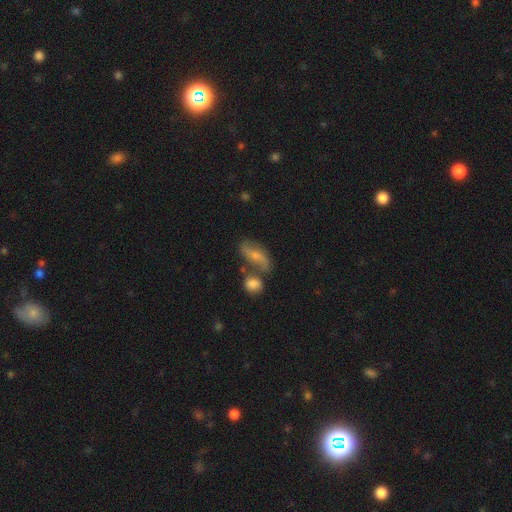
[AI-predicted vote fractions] This is possibly a featured or disk galaxy (58%). It is clearly not viewed edge-on (91%). Bar: possibly no (47%). Spiral arm pattern: clearly yes (86%). Central bulge: possibly small (50%). Merging: possibly none (54%).